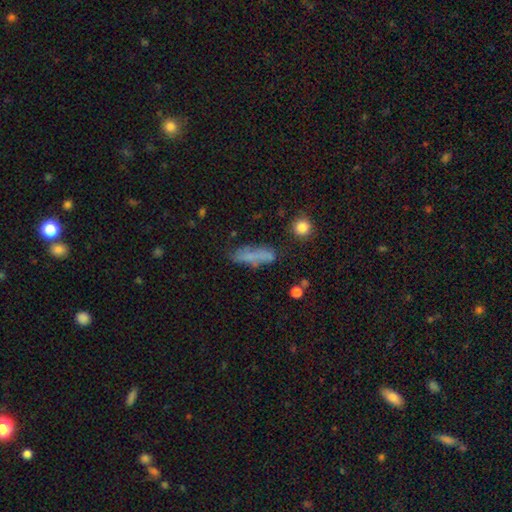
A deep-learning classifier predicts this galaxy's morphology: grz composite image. It shows a smooth galaxy with no disk features (64%) that is cigar-shaped (68%). Merging: none (68%).